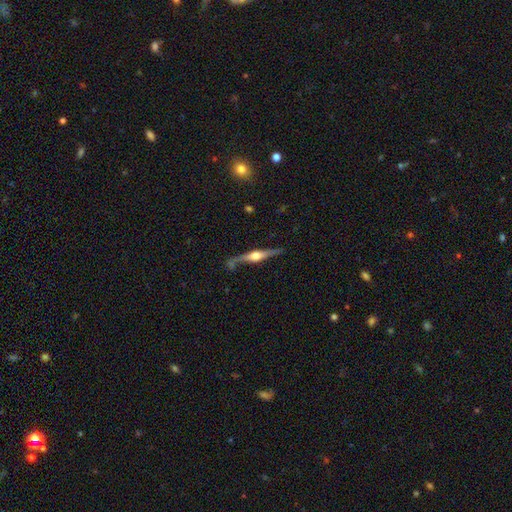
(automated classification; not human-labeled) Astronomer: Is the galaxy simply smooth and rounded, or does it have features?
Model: featured or disk — 79%.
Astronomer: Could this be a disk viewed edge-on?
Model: yes — 95%.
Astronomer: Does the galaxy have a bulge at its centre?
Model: rounded — 93%.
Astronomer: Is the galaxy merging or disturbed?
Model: none — 74%.